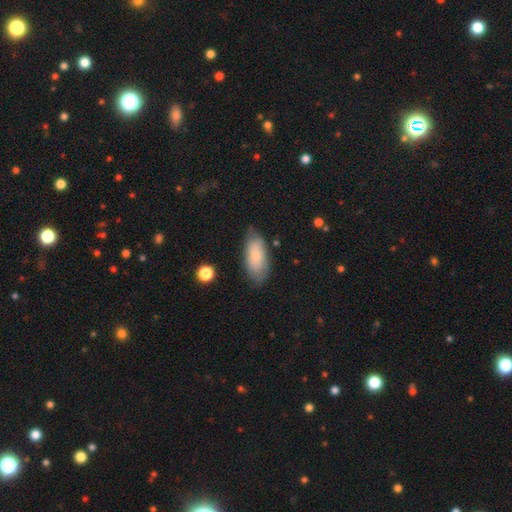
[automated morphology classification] smooth-or-featured: smooth: 80% | featured or disk: 13% | star or artifact: 7%
  how-rounded: in between: 87% | cigar-shaped: 10% | round: 2%
  merging: none: 74% | minor disturbance: 20% | major disturbance: 5% | merger: 2%